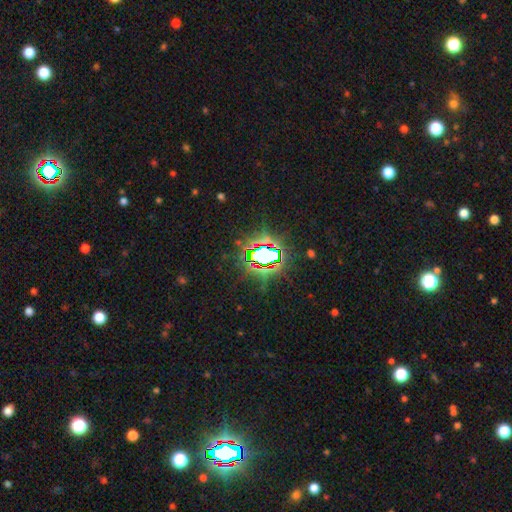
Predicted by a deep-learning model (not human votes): The model was most divided on "smooth or featured": star or artifact: 79%, smooth: 12%, featured or disk: 9%.